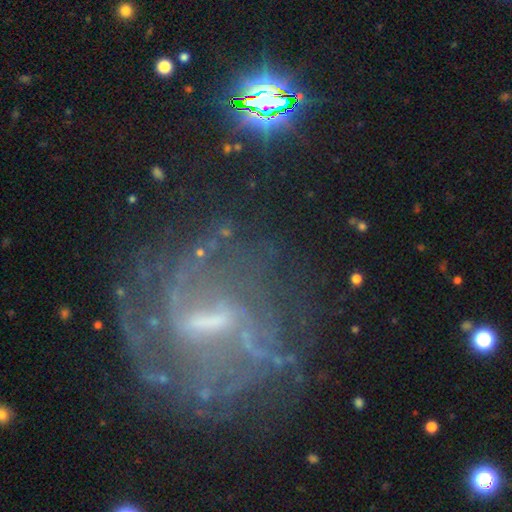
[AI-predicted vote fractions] Morphology: type=featured or disk (74%); edge-on=no (95%); bar=weak (44%); spiral arms=yes (77%); winding=medium (39%); arm count=can't tell (45%); bulge=small (37%); merging=none (60%).